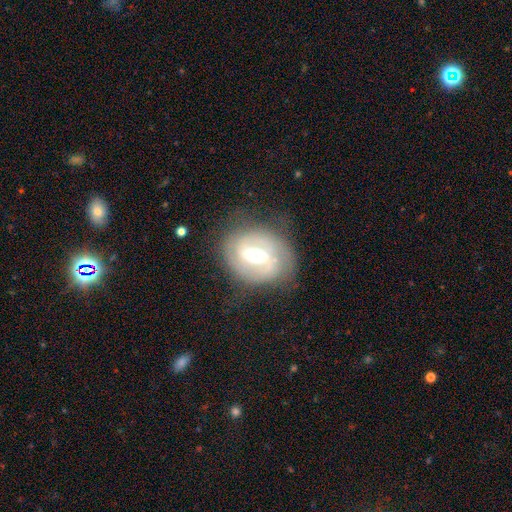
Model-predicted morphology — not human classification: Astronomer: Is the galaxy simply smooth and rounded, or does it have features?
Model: featured or disk — 80%.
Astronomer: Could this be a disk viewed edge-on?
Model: no — 96%.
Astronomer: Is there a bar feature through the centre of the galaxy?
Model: strong — 47% (runner-up: weak, 42%).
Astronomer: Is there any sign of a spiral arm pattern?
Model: yes — 83%.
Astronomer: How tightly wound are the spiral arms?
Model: tight — 46% (runner-up: medium, 39%).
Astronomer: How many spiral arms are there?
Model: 2 — 73%.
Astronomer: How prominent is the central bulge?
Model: moderate — 68%.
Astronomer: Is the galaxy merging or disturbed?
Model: none — 73%.